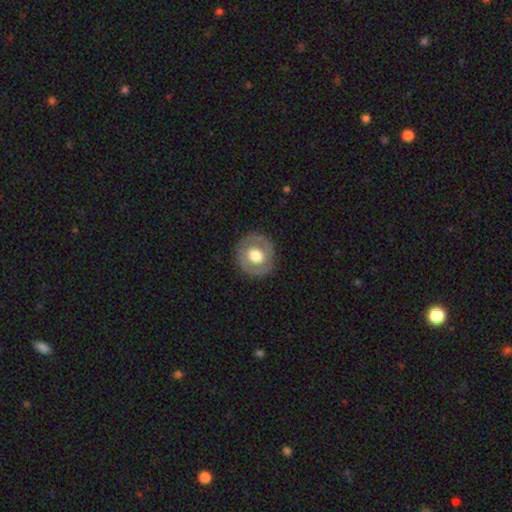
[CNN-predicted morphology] smooth-or-featured: smooth: 54% | featured or disk: 40% | star or artifact: 6%
  how-rounded: round: 88% | in between: 11% | cigar-shaped: 1%
  merging: none: 85% | minor disturbance: 10% | major disturbance: 4% | merger: 1%